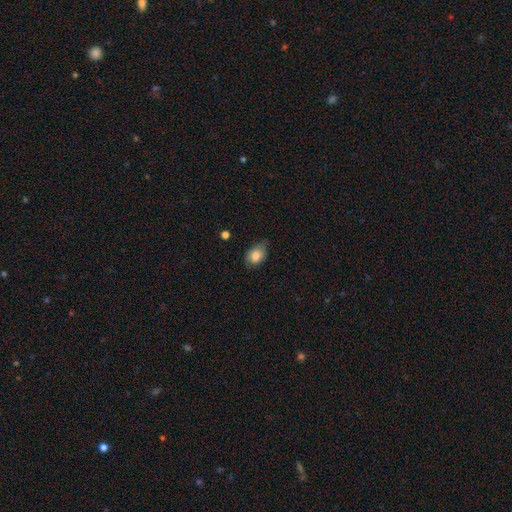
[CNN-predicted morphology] Smooth or featured?
  - smooth: 78% *
  - featured or disk: 14%
  - star or artifact: 8%
How rounded?
  - in between: 78% *
  - round: 20%
  - cigar-shaped: 1%
Merging?
  - none: 58% *
  - minor disturbance: 32%
  - major disturbance: 8%
  - merger: 1%